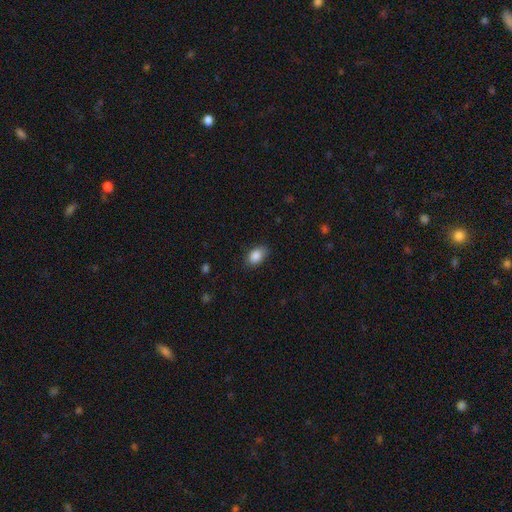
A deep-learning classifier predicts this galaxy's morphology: A smooth galaxy with no disk features (87%) that is in between round and cigar-shaped (87%).

Vote fractions:
- Smooth or featured? smooth: 87% / star or artifact: 8% / featured or disk: 5%
- How rounded? in between: 87% / round: 11% / cigar-shaped: 1%
- Merging? none: 81% / minor disturbance: 15% / major disturbance: 3% / merger: 1%